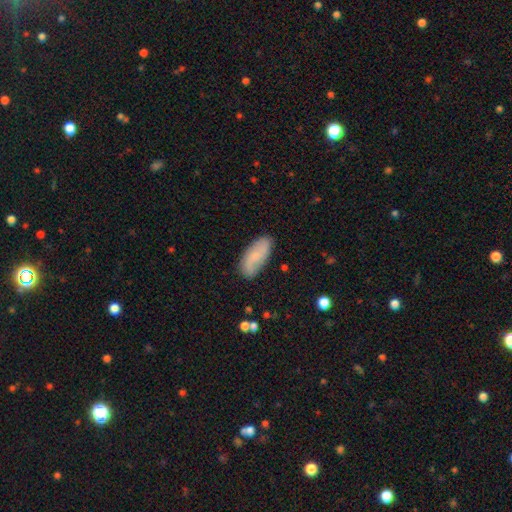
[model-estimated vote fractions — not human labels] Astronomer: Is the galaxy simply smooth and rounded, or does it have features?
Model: smooth — 55% (runner-up: featured or disk, 38%).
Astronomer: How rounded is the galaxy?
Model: in between — 85%.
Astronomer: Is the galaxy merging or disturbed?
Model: none — 81%.